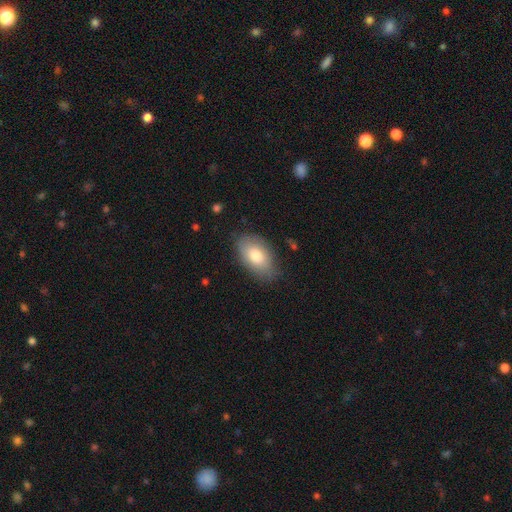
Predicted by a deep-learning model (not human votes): Morphology: type=smooth (78%); roundness=in between (93%); merging=none (76%).